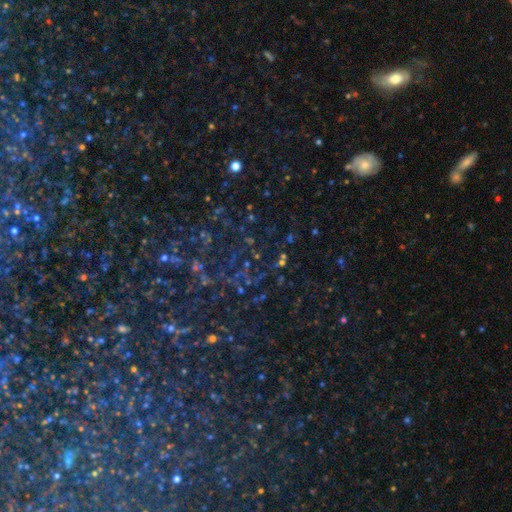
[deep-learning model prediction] A star or artifact, not a galaxy (79%).